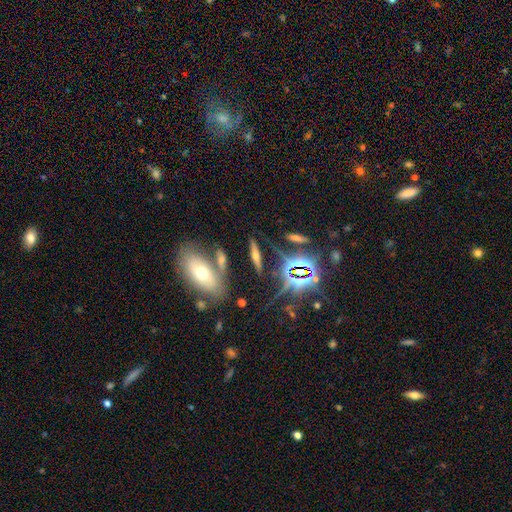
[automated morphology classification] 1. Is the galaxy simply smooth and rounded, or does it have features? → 41% featured or disk, 33% smooth, 25% star or artifact.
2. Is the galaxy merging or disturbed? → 76% none, 11% minor disturbance, 9% merger, 4% major disturbance.